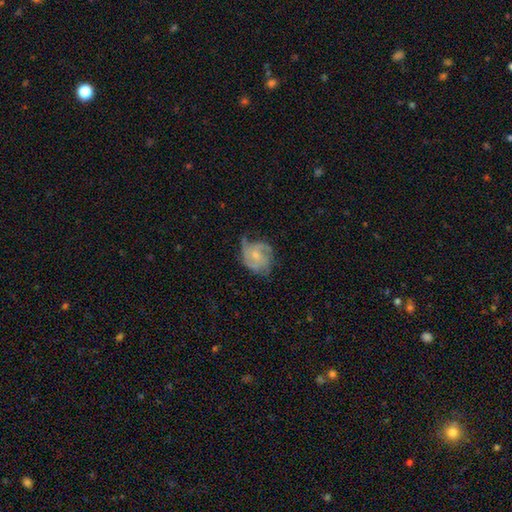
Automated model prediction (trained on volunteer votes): Smooth or featured? Predicted: featured or disk (p=0.72). Edge-on disk? Predicted: no (p=0.98). Bar? Predicted: no (p=0.73). Spiral arms? Predicted: yes (p=0.89). Spiral winding? Predicted: medium (p=0.43). Spiral arm count? Predicted: 3 (p=0.35). Bulge size? Predicted: small (p=0.64). Merging? Predicted: none (p=0.49).